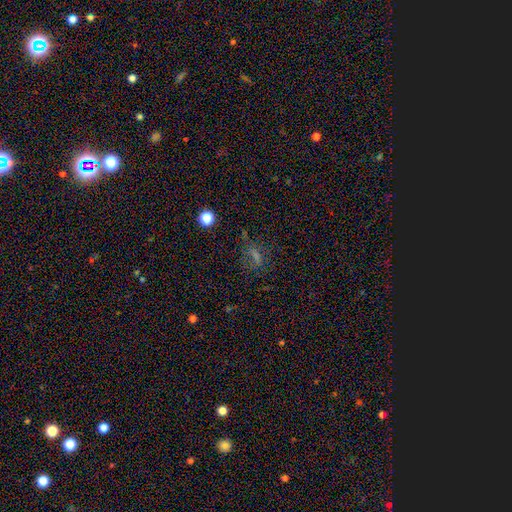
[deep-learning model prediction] Smooth or featured?
  - smooth: 43% *
  - star or artifact: 42%
  - featured or disk: 15%
Merging?
  - none: 68% *
  - minor disturbance: 17%
  - major disturbance: 12%
  - merger: 3%